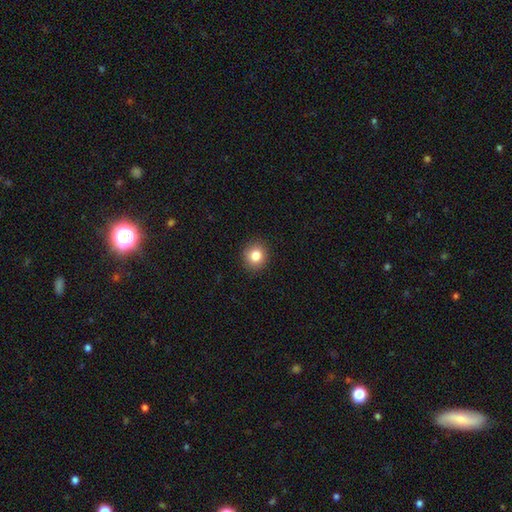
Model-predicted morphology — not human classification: smooth 83%, star or artifact 10%, featured or disk 7%. Down the decision tree: how rounded — round (85%); merging — none (91%).